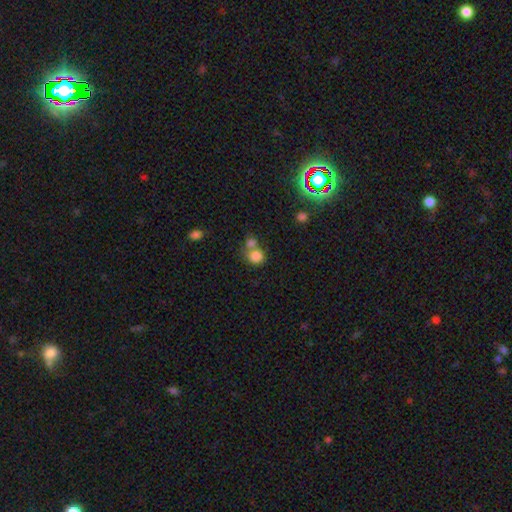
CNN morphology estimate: Smooth or featured: smooth — 81% (star or artifact — 11%)
How rounded: round — 80% (in between — 19%)
Merging: merger — 46% (none — 42%)